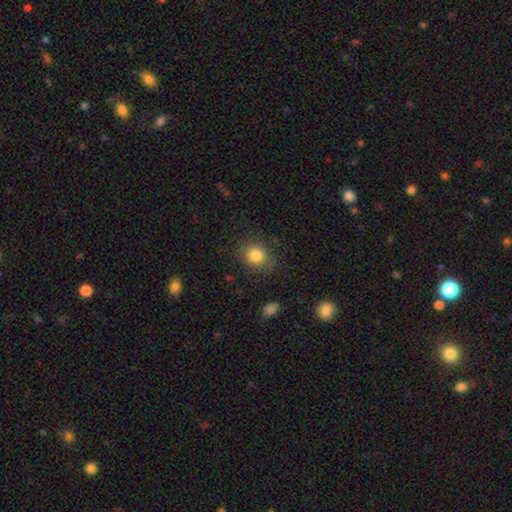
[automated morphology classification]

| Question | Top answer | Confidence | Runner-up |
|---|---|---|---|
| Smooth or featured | smooth | 83% | star or artifact (10%) |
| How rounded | round | 69% | in between (30%) |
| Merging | none | 82% | minor disturbance (12%) |